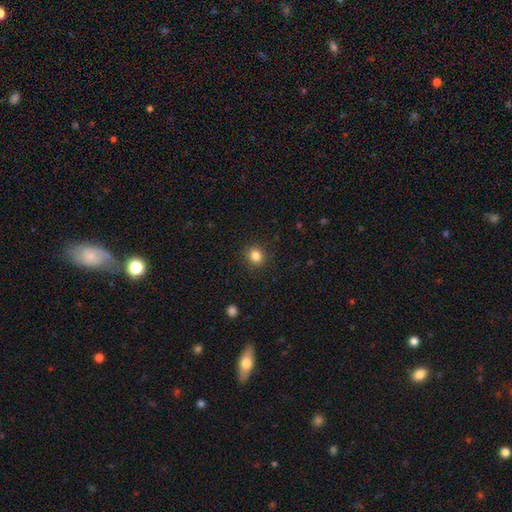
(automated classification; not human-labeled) smooth 84%, star or artifact 11%, featured or disk 5%. Down the decision tree: how rounded — round (84%); merging — none (90%).